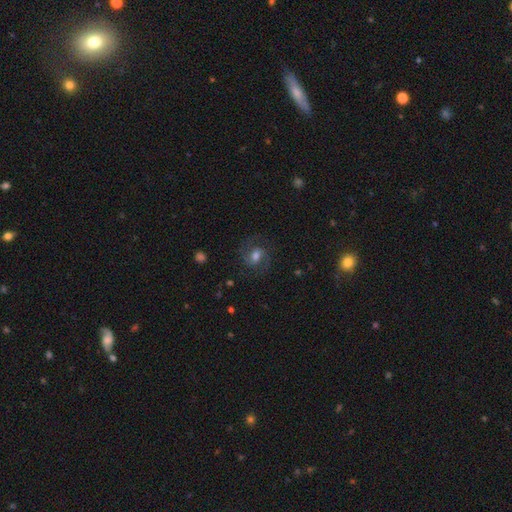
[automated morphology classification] A featured or disk galaxy (66%) with a weak bar (47%), 2 (89%) medium (58%) spiral arms (92%) and a moderate central bulge (57%). Merging: none (75%).